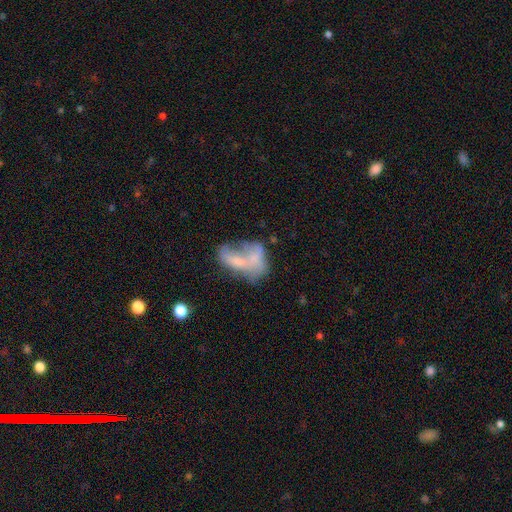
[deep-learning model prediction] Smooth or featured?
  - smooth: 53% *
  - featured or disk: 36%
  - star or artifact: 11%
How rounded?
  - in between: 84% *
  - round: 11%
  - cigar-shaped: 5%
Merging?
  - merger: 48% *
  - major disturbance: 27%
  - none: 15%
  - minor disturbance: 10%